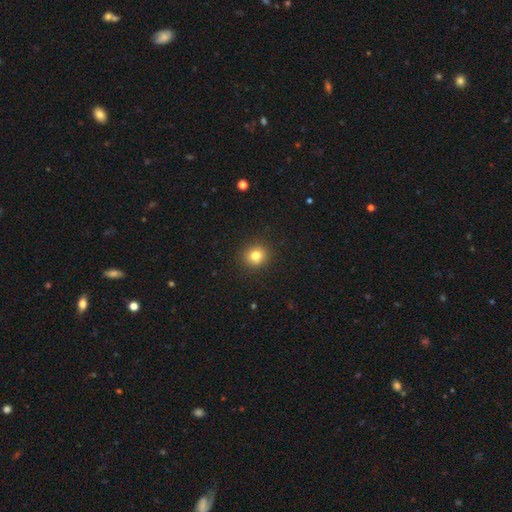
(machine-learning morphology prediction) The model was most divided on "smooth or featured": smooth: 81%, star or artifact: 12%, featured or disk: 7%. More confident: merging — none (91%); how rounded — round (88%).